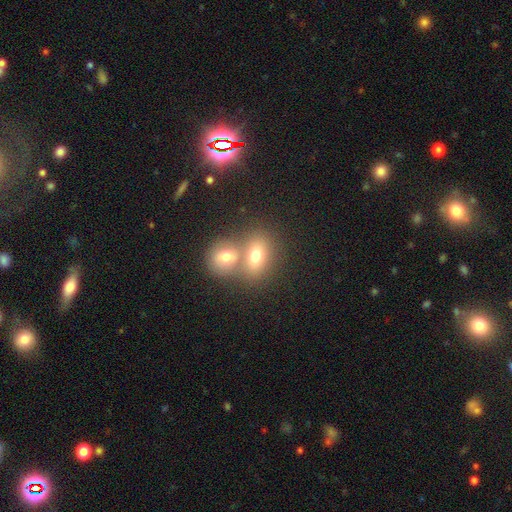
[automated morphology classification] This appears to be a smooth galaxy with no disk features (73%) that is in between round and cigar-shaped (61%). Merging: merger (53%).